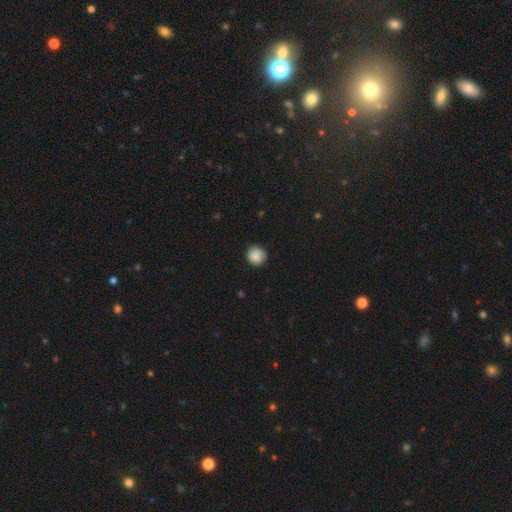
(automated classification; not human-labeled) Morphology: type=smooth (88%); roundness=round (91%); merging=none (85%).